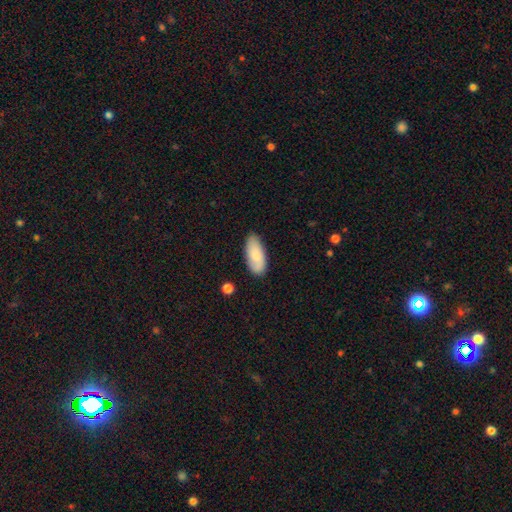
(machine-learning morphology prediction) type=smooth (80%); roundness=in between (88%); merging=none (81%).